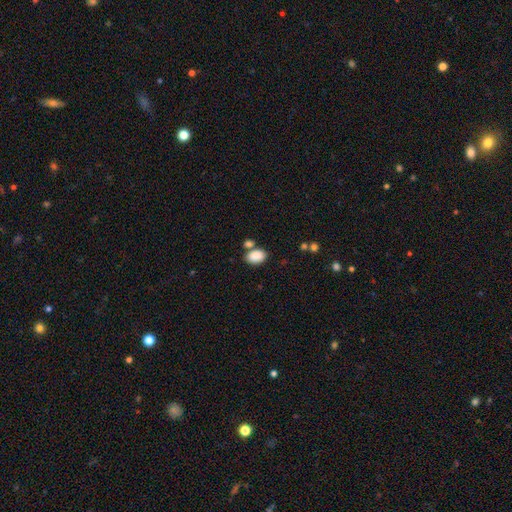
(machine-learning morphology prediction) A smooth galaxy with no disk features (87%) that is in between round and cigar-shaped (85%).

Vote fractions:
- Smooth or featured? smooth: 87% / star or artifact: 8% / featured or disk: 5%
- How rounded? in between: 85% / round: 14% / cigar-shaped: 1%
- Merging? none: 64% / merger: 19% / minor disturbance: 13% / major disturbance: 4%